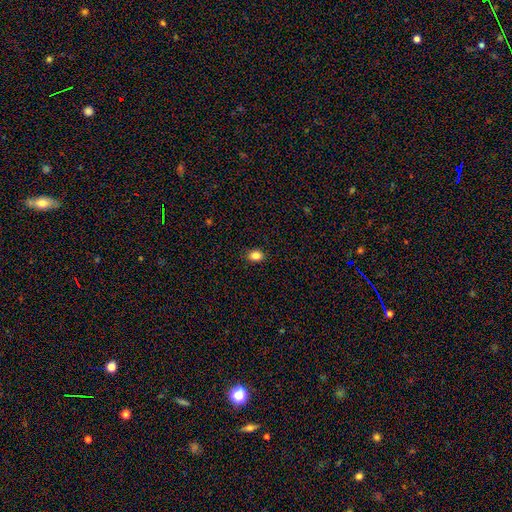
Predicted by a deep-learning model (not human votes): A smooth galaxy with no disk features (84%) that is in between round and cigar-shaped (56%).

Vote fractions:
- Smooth or featured? smooth: 84% / star or artifact: 11% / featured or disk: 5%
- How rounded? in between: 56% / round: 43% / cigar-shaped: 1%
- Merging? none: 89% / minor disturbance: 8% / major disturbance: 2% / merger: 1%